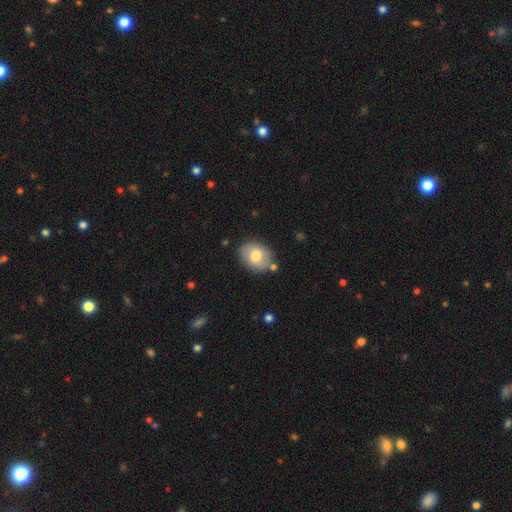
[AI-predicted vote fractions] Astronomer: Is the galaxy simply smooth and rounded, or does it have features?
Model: smooth — 66%.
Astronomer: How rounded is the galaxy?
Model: in between — 69%.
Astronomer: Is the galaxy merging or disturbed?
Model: none — 77%.